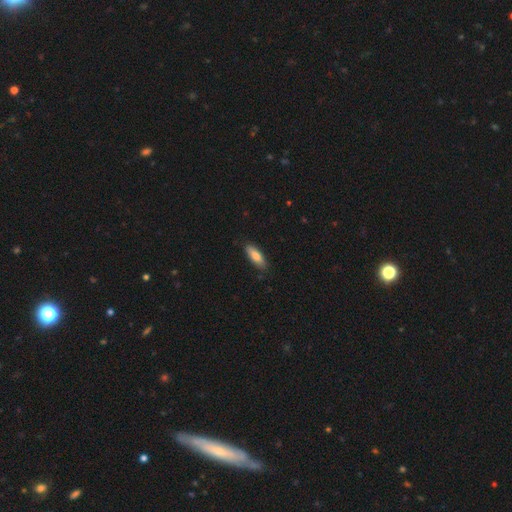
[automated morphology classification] This is likely a smooth galaxy (80%). How rounded: possibly in between (55%). Merging: clearly none (84%).